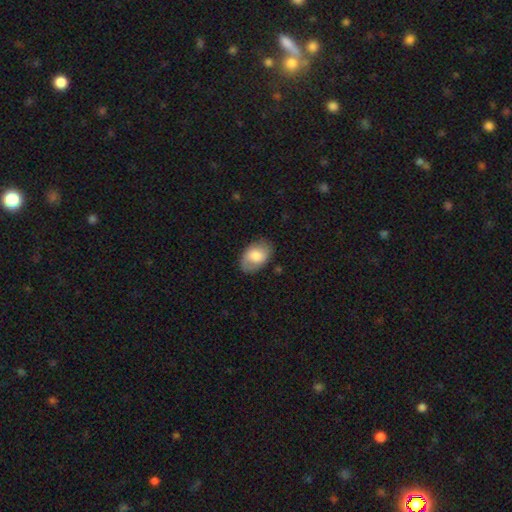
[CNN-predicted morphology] Q: Smooth or featured?
A: smooth (73%); runner-up: featured or disk (21%)
Q: How rounded?
A: in between (89%); runner-up: round (10%)
Q: Merging?
A: none (78%); runner-up: minor disturbance (16%)